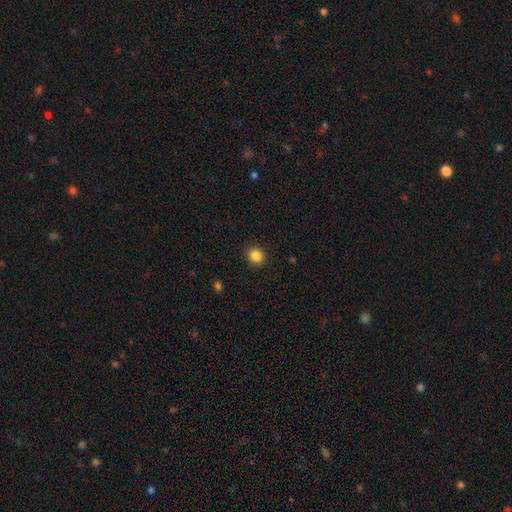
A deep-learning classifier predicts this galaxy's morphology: This appears to be a smooth galaxy with no disk features (86%) that is round (85%). Merging: none (91%).